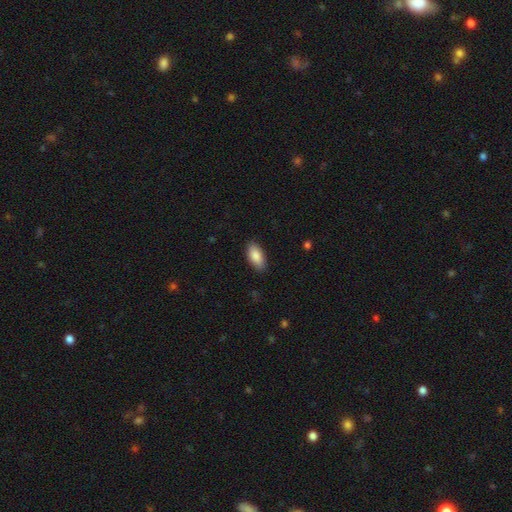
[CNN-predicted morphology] Overall: smooth (87%). How rounded: in between (89%). Merging: none (87%).